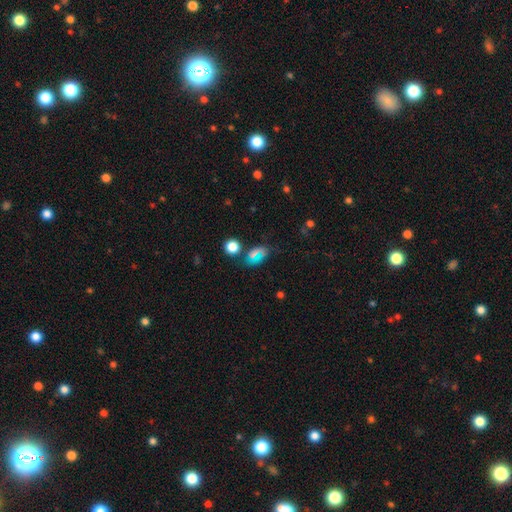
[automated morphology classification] The model was most divided on "smooth or featured": smooth: 50%, featured or disk: 28%, star or artifact: 22%. More confident: merging — none (58%).